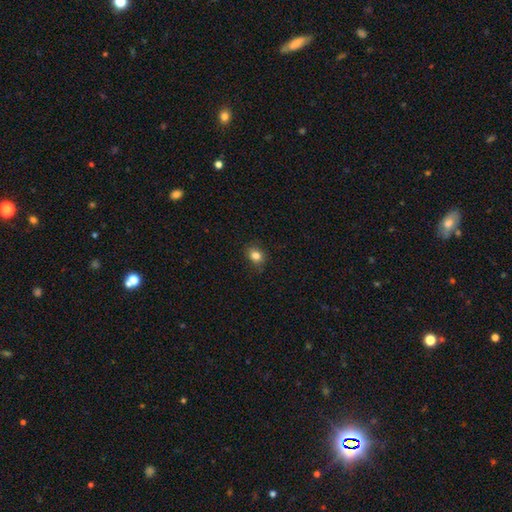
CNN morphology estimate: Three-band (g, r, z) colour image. It shows a smooth galaxy with no disk features (82%) that is round (57%). Merging: none (84%).